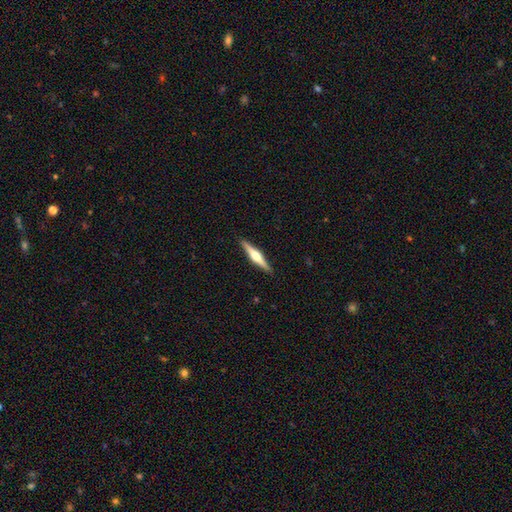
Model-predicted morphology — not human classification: Q: Smooth or featured?
A: featured or disk (73%); runner-up: smooth (22%)
Q: Edge-on disk?
A: yes (98%); runner-up: no (2%)
Q: Edge-on bulge?
A: rounded (92%); runner-up: boxy (5%)
Q: Merging?
A: none (92%); runner-up: minor disturbance (6%)